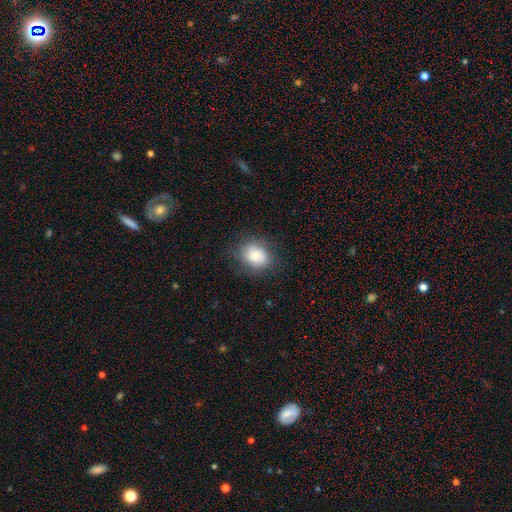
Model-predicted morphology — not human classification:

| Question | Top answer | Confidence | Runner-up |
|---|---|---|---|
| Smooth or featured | smooth | 81% | featured or disk (11%) |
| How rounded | round | 57% | in between (42%) |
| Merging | none | 78% | minor disturbance (15%) |